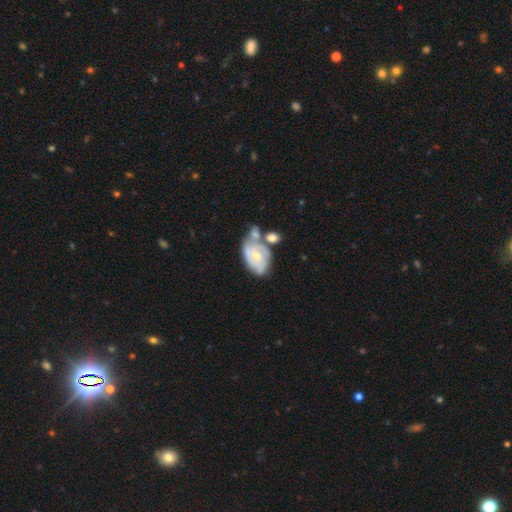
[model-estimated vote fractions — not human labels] smooth-or-featured: featured or disk: 63% | smooth: 31% | star or artifact: 6%
  disk-edge-on: no: 96% | yes: 4%
    bar: no: 62% | weak: 32% | strong: 6%
    has-spiral-arms: yes: 74% | no: 26%
    bulge-size: small: 55% | moderate: 35% | none: 7% | large: 2% | dominant: 1%
  merging: merger: 39% | none: 28% | minor disturbance: 21% | major disturbance: 12%